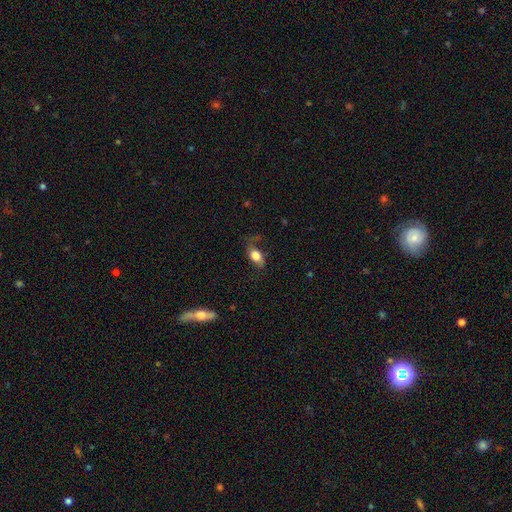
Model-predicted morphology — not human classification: Smooth or featured?
  - smooth: 73% *
  - featured or disk: 19%
  - star or artifact: 8%
How rounded?
  - in between: 84% *
  - round: 11%
  - cigar-shaped: 5%
Merging?
  - none: 59% *
  - minor disturbance: 25%
  - major disturbance: 13%
  - merger: 2%